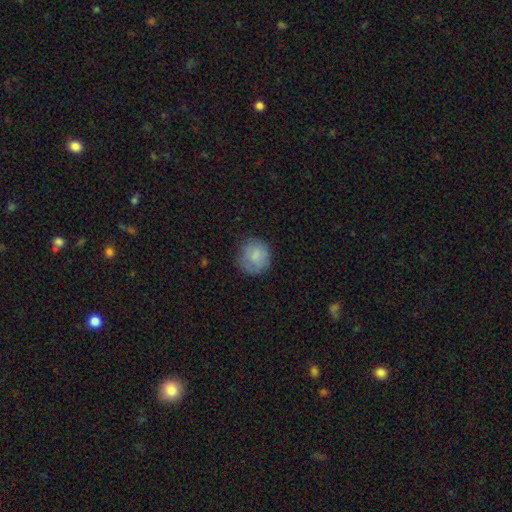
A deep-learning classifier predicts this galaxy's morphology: This is clearly a smooth galaxy (80%). How rounded: clearly round (89%). Merging: likely none (76%).